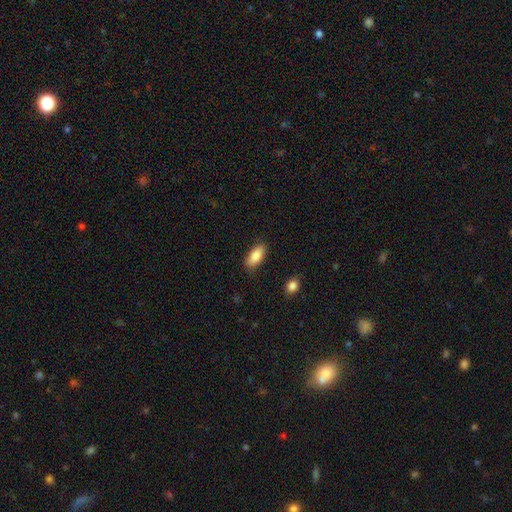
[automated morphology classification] Smooth or featured? smooth (87%)
How rounded? in between (84%)
Merging? none (85%)